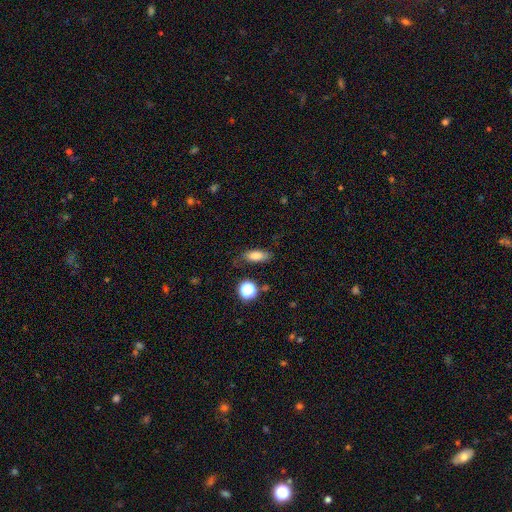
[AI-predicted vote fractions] Smooth or featured? Predicted: smooth (p=0.78). How rounded? Predicted: in between (p=0.71). Merging? Predicted: none (p=0.77).